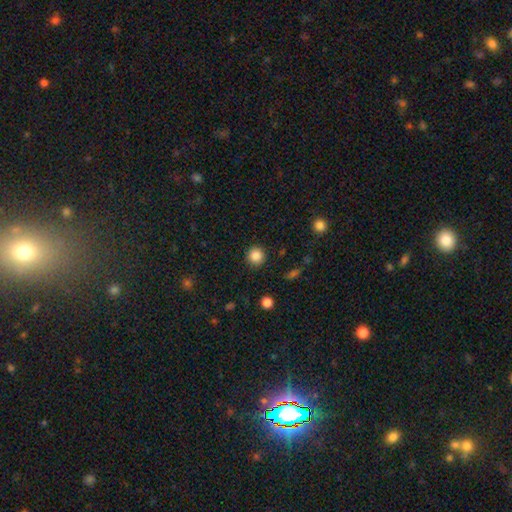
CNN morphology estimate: smooth 85%, star or artifact 11%, featured or disk 4%. Down the decision tree: how rounded — round (93%); merging — none (91%).